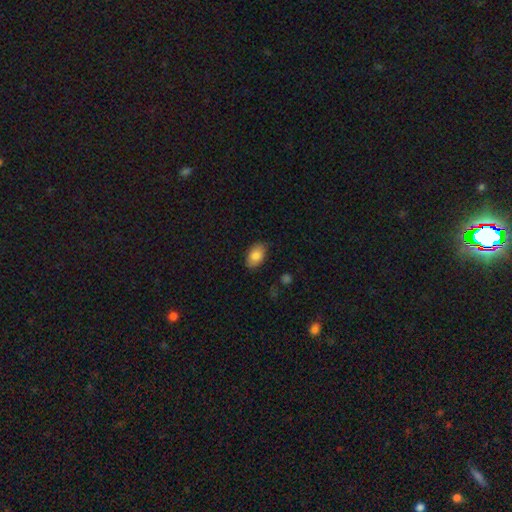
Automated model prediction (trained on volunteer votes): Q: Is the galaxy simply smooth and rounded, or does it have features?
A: smooth — 84%.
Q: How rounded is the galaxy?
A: in between — 90%.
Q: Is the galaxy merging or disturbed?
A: none — 80%.